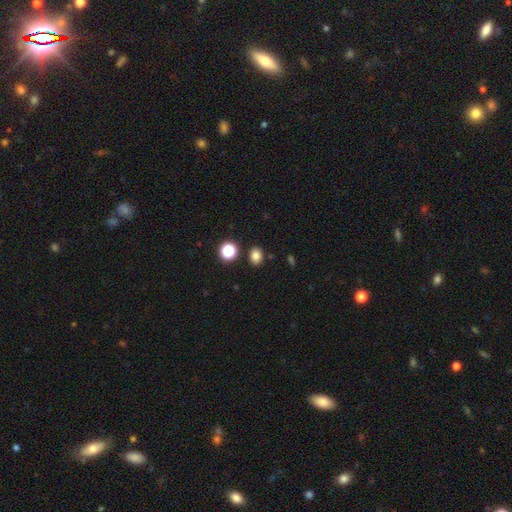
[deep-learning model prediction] Overall: smooth (82%). How rounded: in between (54%; round 45%). Merging: none (85%).